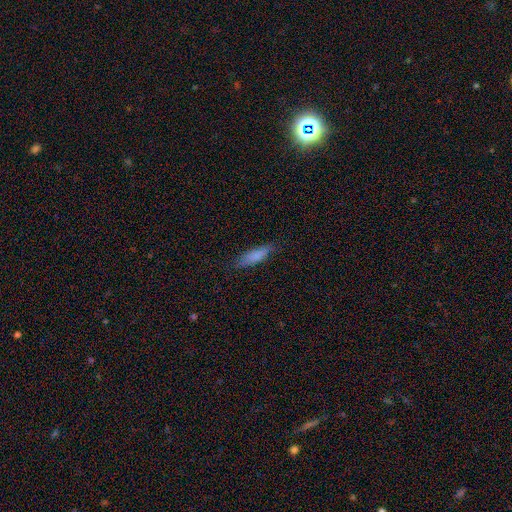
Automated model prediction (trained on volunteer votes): Smooth or featured: smooth — 81% (featured or disk — 12%)
How rounded: cigar-shaped — 61% (in between — 37%)
Merging: none — 79% (minor disturbance — 16%)